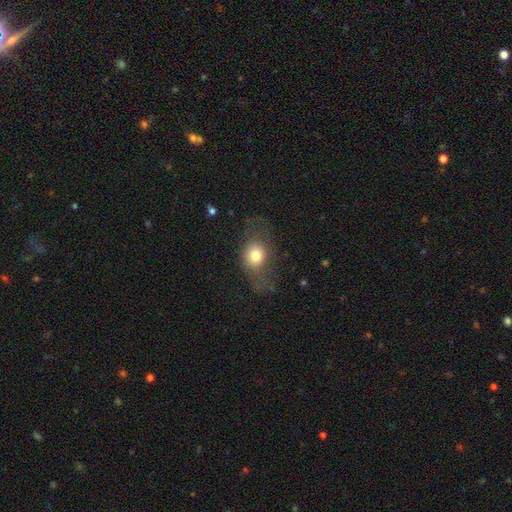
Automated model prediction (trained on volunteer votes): A smooth galaxy with no disk features (72%) that is round (49%, tied with in between). Merging: none (50%).